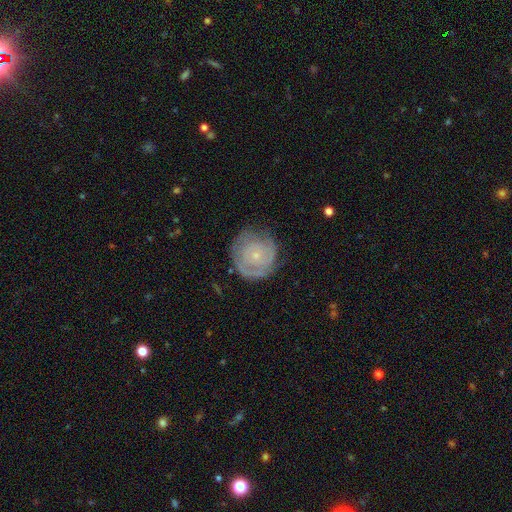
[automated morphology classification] smooth-or-featured: featured or disk: 67% | smooth: 27% | star or artifact: 6%
  disk-edge-on: no: 97% | yes: 3%
    bar: no: 83% | weak: 14% | strong: 3%
    has-spiral-arms: yes: 79% | no: 21%
      spiral-winding: tight: 73% | medium: 20% | loose: 7%
      spiral-arm-count: can't tell: 44% | 2: 25% | 1: 12% | 3: 11% | 4: 4% | more than 4: 4%
    bulge-size: small: 80% | moderate: 14% | none: 3% | large: 1% | dominant: 1%
  merging: none: 69% | minor disturbance: 20% | major disturbance: 9% | merger: 1%